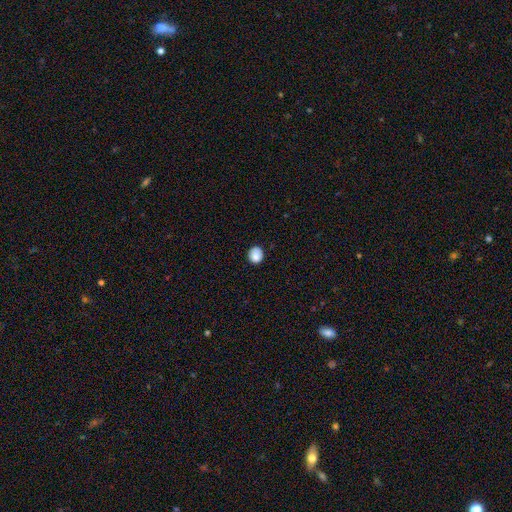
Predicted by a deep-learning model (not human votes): Smooth or featured?
  - smooth: 84% *
  - star or artifact: 9%
  - featured or disk: 7%
How rounded?
  - round: 84% *
  - in between: 15%
  - cigar-shaped: 1%
Merging?
  - none: 82% *
  - minor disturbance: 14%
  - major disturbance: 3%
  - merger: 1%